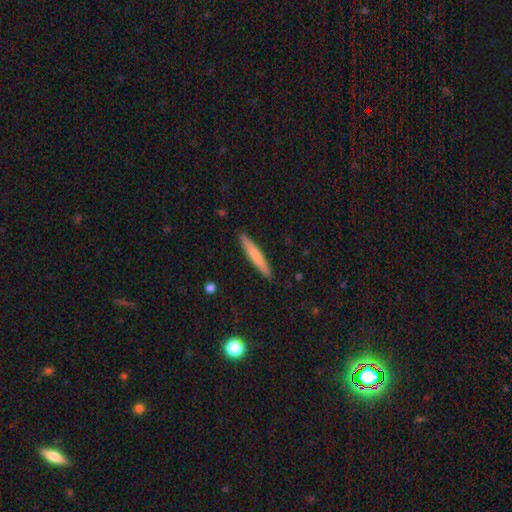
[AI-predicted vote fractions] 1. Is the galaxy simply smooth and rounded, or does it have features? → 66% smooth, 28% featured or disk, 6% star or artifact.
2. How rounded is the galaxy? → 94% cigar-shaped, 5% in between, 1% round.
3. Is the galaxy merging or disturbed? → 91% none, 6% minor disturbance, 1% major disturbance, 1% merger.